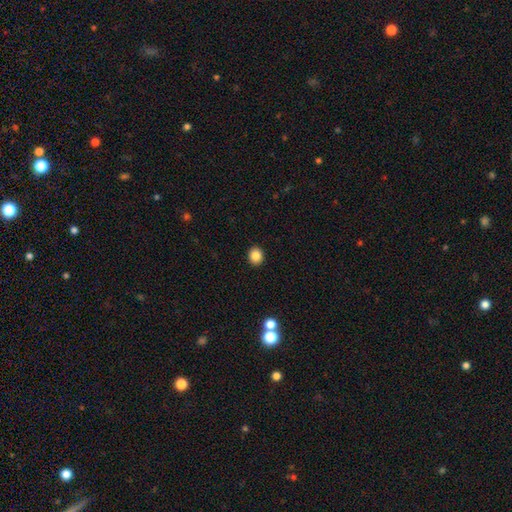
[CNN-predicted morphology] A smooth galaxy with no disk features (85%) that is round (74%). Merging: none (92%).